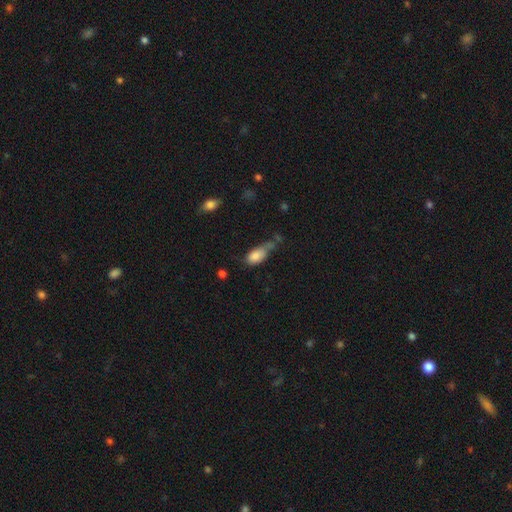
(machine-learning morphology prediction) This is clearly a smooth galaxy (82%). How rounded: clearly in between (90%). Merging: marginally minor disturbance (33%).